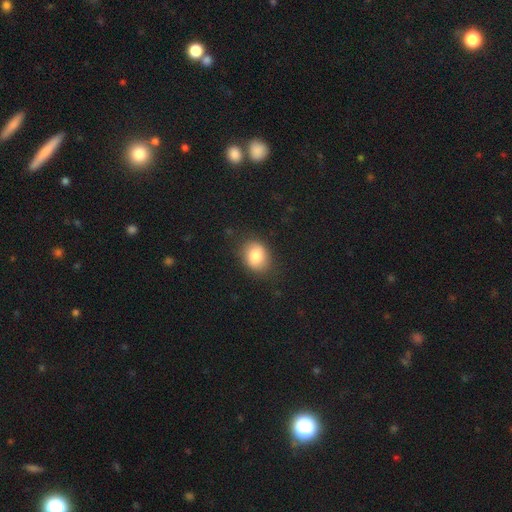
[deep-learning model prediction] smooth-or-featured: smooth: 83% | featured or disk: 9% | star or artifact: 8%
  how-rounded: in between: 56% | round: 43% | cigar-shaped: 1%
  merging: none: 81% | minor disturbance: 14% | major disturbance: 4% | merger: 1%